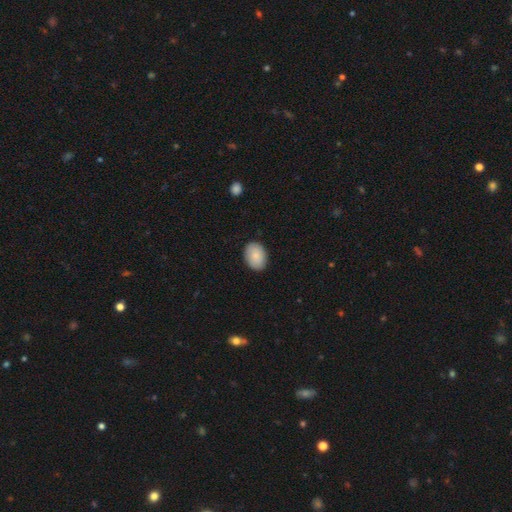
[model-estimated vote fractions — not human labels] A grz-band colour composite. It shows a smooth galaxy with no disk features (85%) that is in between round and cigar-shaped (80%). Merging: none (87%).